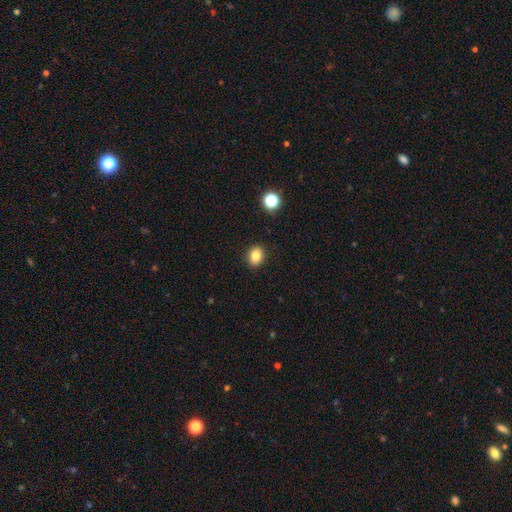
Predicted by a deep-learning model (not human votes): Overall: smooth (82%). How rounded: round (54%; in between 45%). Merging: none (90%).